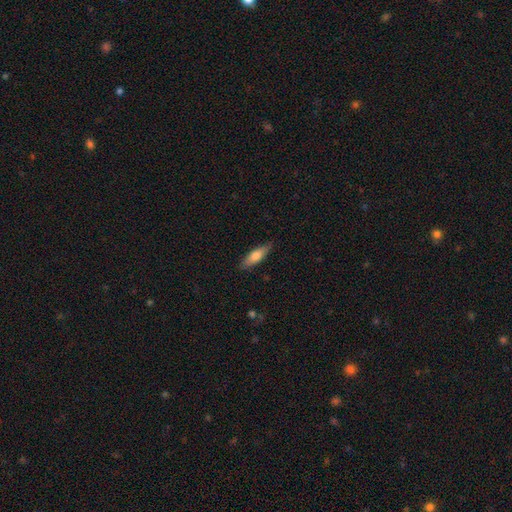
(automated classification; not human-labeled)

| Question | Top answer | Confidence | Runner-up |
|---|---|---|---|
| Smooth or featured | smooth | 70% | featured or disk (24%) |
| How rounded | cigar-shaped | 54% | in between (44%) |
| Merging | none | 85% | minor disturbance (12%) |